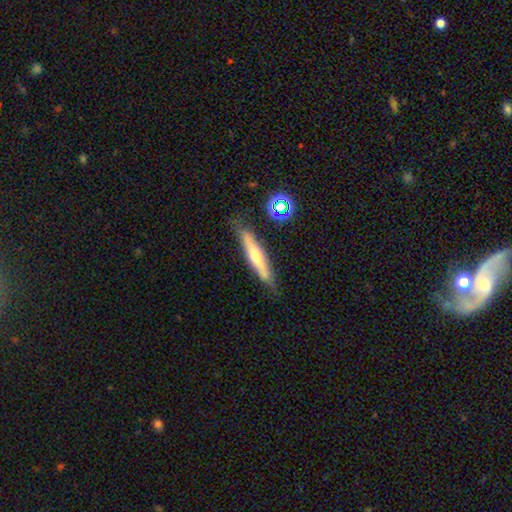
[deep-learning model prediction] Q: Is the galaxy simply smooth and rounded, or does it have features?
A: featured or disk — 49%.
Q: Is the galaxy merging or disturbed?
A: none — 79%.